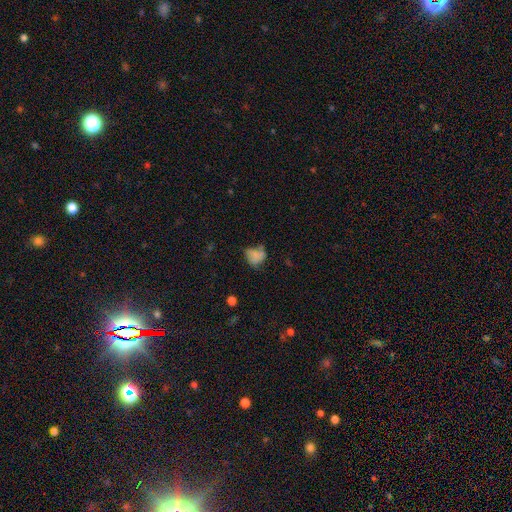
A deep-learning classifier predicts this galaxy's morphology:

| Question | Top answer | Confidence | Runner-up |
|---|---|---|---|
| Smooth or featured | smooth | 68% | featured or disk (19%) |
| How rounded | in between | 52% | round (46%) |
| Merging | none | 37% | minor disturbance (32%) |